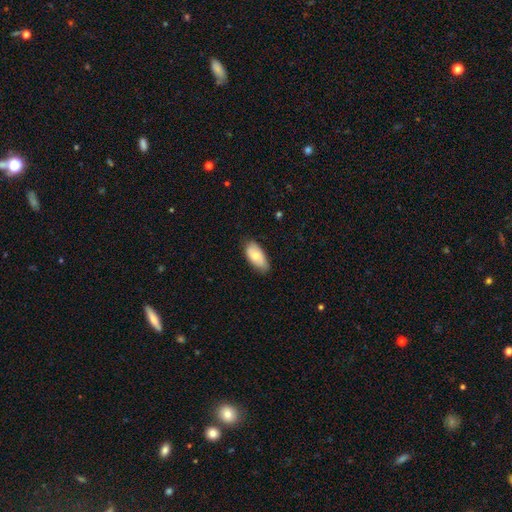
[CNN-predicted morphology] Smooth or featured: smooth — 72% (featured or disk — 22%)
How rounded: in between — 93% (cigar-shaped — 5%)
Merging: none — 74% (minor disturbance — 22%)